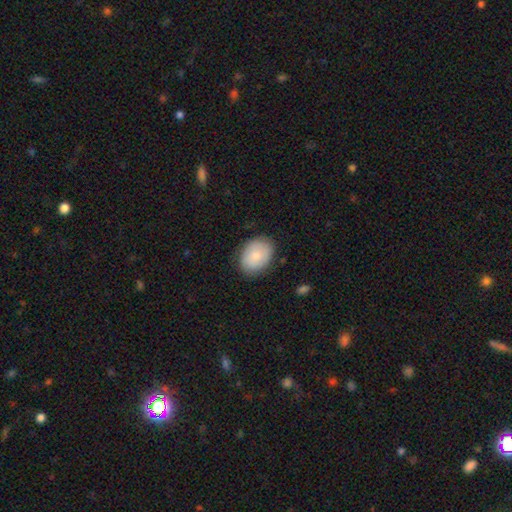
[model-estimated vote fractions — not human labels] Overall: smooth (78%). How rounded: in between (69%; round 30%). Merging: none (82%).